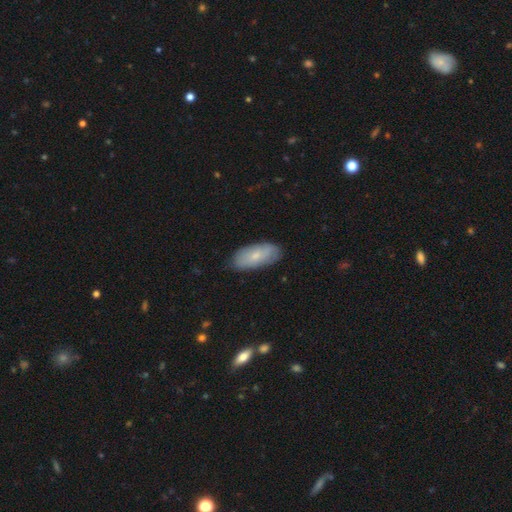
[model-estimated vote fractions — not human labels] A smooth galaxy with no disk features (68%) that is in between round and cigar-shaped (90%).

Vote fractions:
- Smooth or featured? smooth: 68% / featured or disk: 25% / star or artifact: 6%
- How rounded? in between: 90% / cigar-shaped: 8% / round: 2%
- Merging? none: 81% / minor disturbance: 15% / major disturbance: 3% / merger: 1%